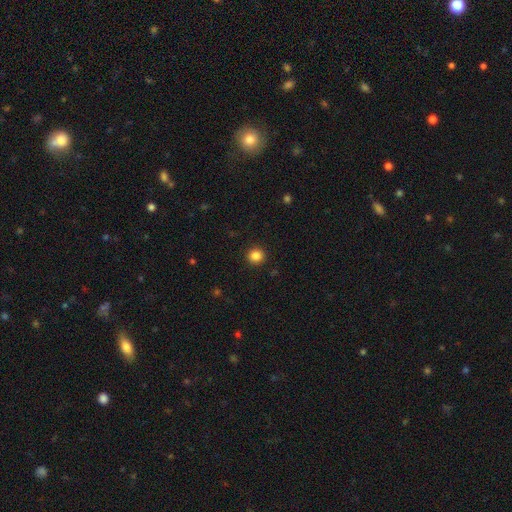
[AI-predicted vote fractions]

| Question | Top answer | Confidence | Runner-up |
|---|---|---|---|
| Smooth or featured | smooth | 86% | star or artifact (11%) |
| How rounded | round | 93% | in between (6%) |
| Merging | none | 93% | minor disturbance (5%) |